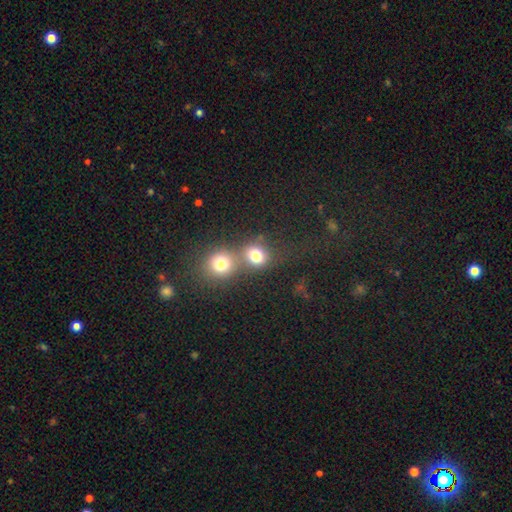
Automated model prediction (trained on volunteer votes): Q: Smooth or featured?
A: smooth (76%); runner-up: star or artifact (15%)
Q: How rounded?
A: round (78%); runner-up: in between (21%)
Q: Merging?
A: merger (56%); runner-up: none (34%)